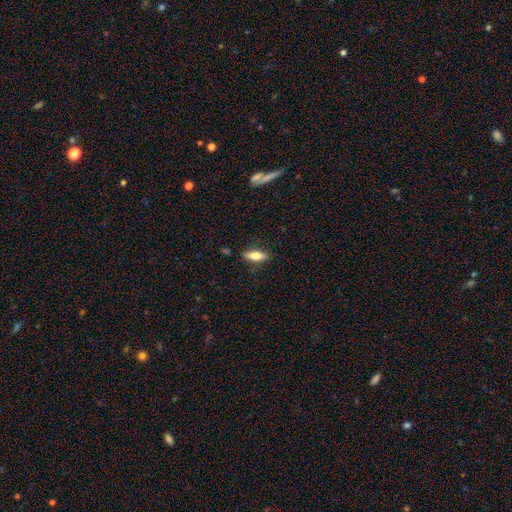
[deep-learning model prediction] This is likely a smooth galaxy (68%). How rounded: possibly in between (60%). Merging: clearly none (85%).